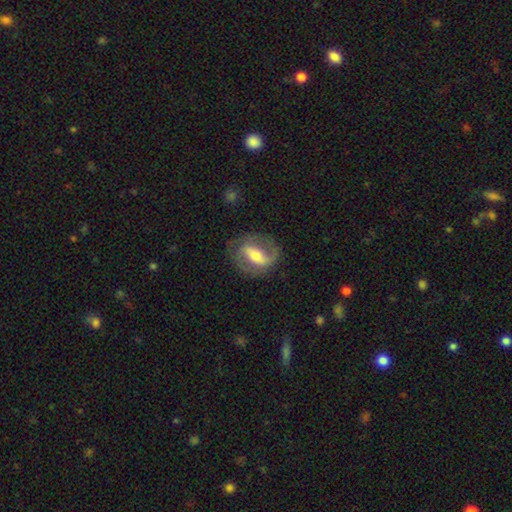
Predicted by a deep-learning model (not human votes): The model was most divided on "spiral winding": medium: 43%, loose: 33%, tight: 24%. More confident: edge-on disk — no (92%); spiral arms — yes (81%); spiral arm count — 2 (77%); smooth or featured — featured or disk (73%); merging — none (71%); bulge size — moderate (61%); bar — strong (50%).